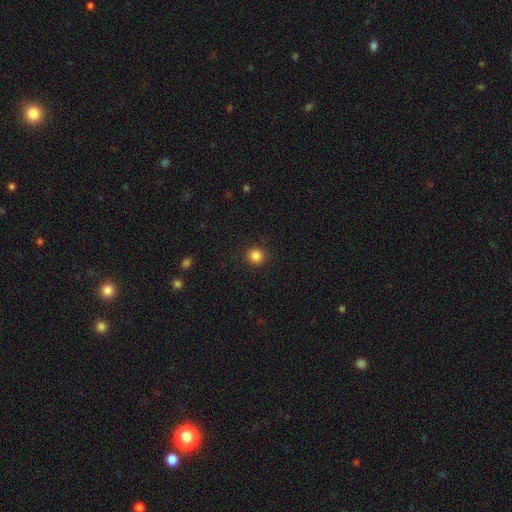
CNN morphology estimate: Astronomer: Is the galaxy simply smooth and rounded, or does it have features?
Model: smooth — 86%.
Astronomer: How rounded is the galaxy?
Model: round — 93%.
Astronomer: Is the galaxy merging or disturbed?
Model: none — 91%.